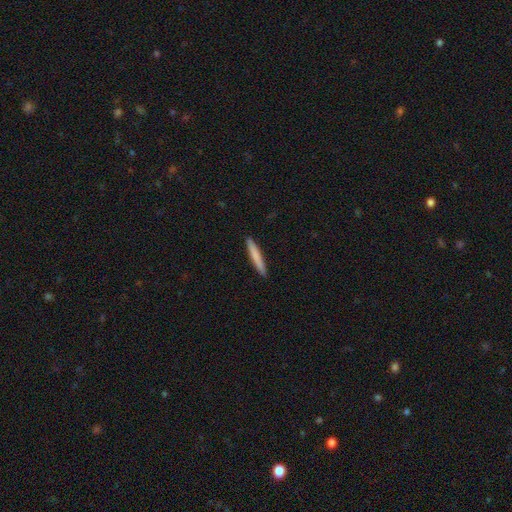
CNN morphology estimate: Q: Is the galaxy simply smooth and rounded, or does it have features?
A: smooth — 76%.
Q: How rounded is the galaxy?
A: cigar-shaped — 95%.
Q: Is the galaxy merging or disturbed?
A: none — 92%.